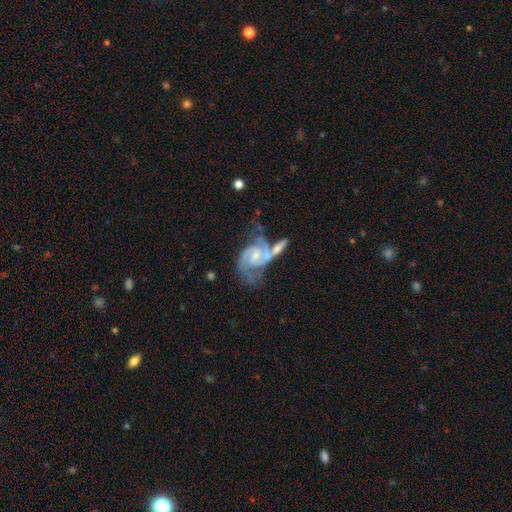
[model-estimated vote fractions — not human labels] The model was most divided on "bar": no: 46%, weak: 43%, strong: 11%. Remaining: edge-on disk — no (97%); spiral arms — yes (97%); smooth or featured — featured or disk (88%); spiral arm count — 2 (84%); bulge size — small (56%); spiral winding — medium (53%); merging — merger (37%).